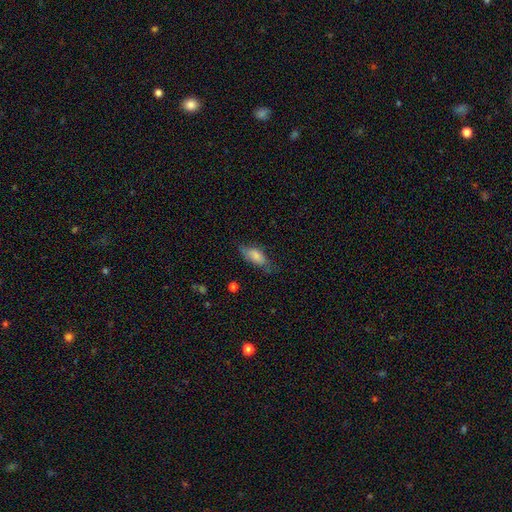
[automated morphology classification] smooth-or-featured: smooth: 78% | featured or disk: 15% | star or artifact: 7%
  how-rounded: in between: 81% | cigar-shaped: 16% | round: 3%
  merging: none: 60% | minor disturbance: 29% | major disturbance: 9% | merger: 2%